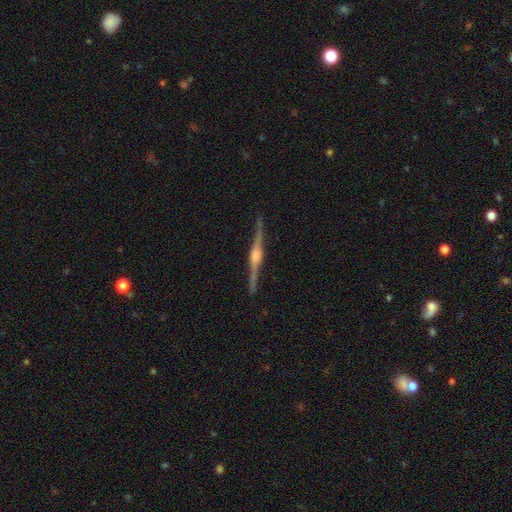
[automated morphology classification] Smooth or featured? Predicted: featured or disk (p=0.86). Edge-on disk? Predicted: yes (p=0.98). Edge-on bulge? Predicted: rounded (p=0.79). Merging? Predicted: none (p=0.89).